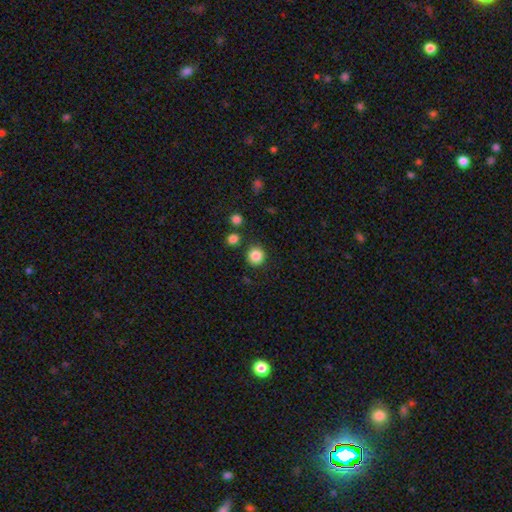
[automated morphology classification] Overall: smooth (86%). How rounded: round (91%). Merging: none (86%).